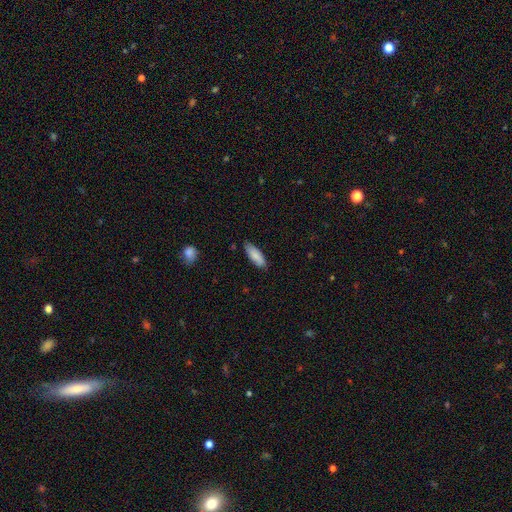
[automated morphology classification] type=smooth (84%); roundness=in between (62%); merging=none (82%).